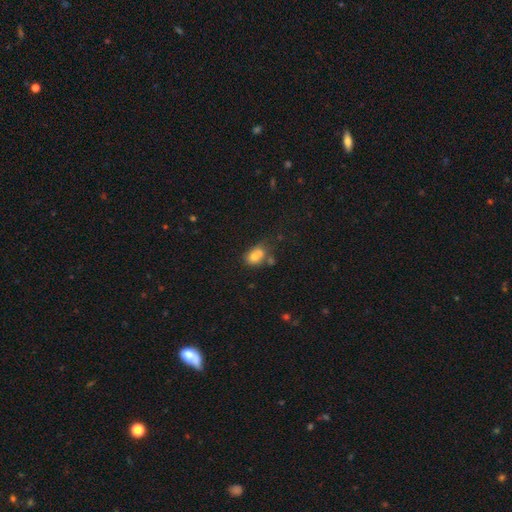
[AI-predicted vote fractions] This appears to be a smooth galaxy with no disk features (70%) that is round (54%). Merging: merger (59%).